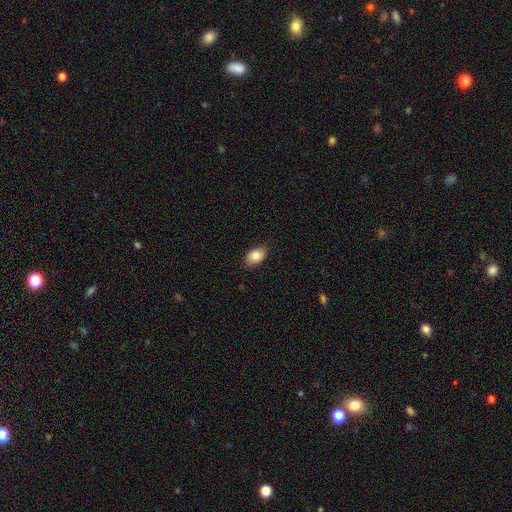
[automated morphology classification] Smooth or featured: smooth — 83% (featured or disk — 9%)
How rounded: in between — 83% (round — 15%)
Merging: none — 83% (minor disturbance — 13%)